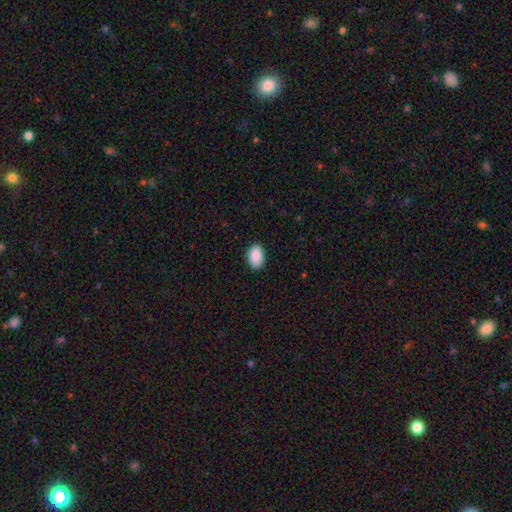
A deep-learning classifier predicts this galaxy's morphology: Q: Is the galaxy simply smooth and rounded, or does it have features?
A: smooth — 91%.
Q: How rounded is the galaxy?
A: in between — 91%.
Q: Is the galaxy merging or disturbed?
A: none — 89%.